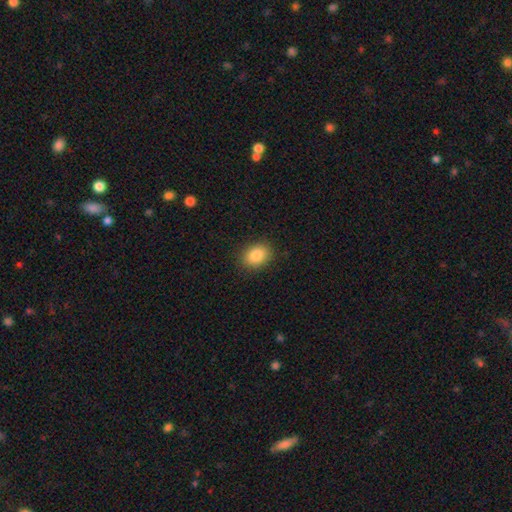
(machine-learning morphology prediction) smooth 86%, star or artifact 9%, featured or disk 6%. Down the decision tree: how rounded — in between (68%); merging — none (88%).